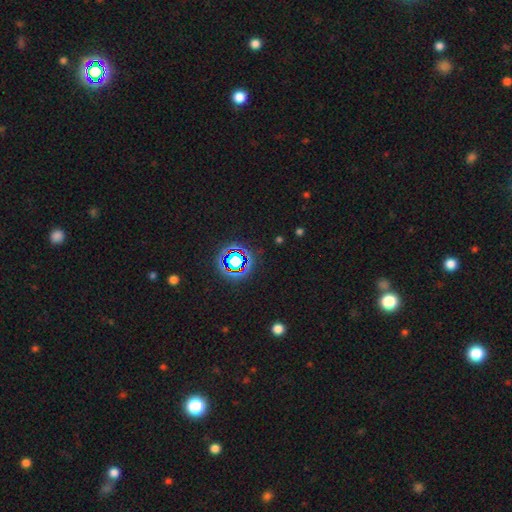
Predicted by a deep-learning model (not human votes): A star or artifact, not a galaxy (71%).